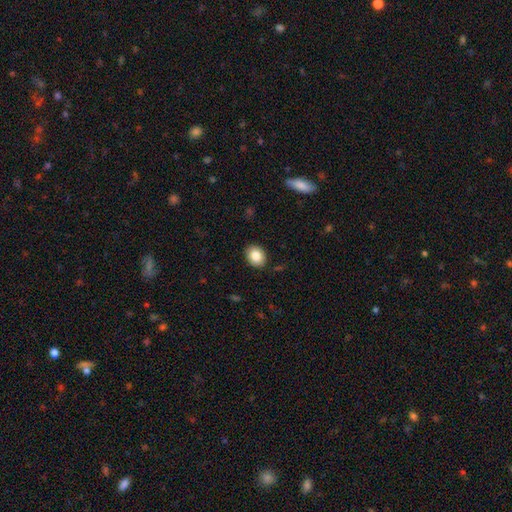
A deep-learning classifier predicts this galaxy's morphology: Q: Smooth or featured?
A: smooth (84%); runner-up: star or artifact (8%)
Q: How rounded?
A: round (50%); runner-up: in between (49%)
Q: Merging?
A: none (89%); runner-up: minor disturbance (8%)